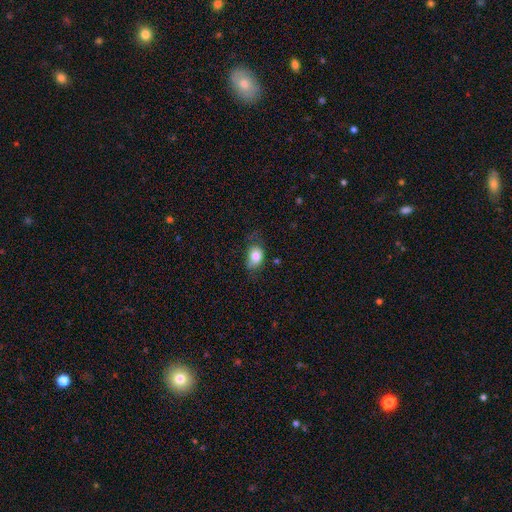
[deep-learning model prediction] The model was most divided on "merging": none: 53%, minor disturbance: 32%, major disturbance: 13%, merger: 2%. More confident: smooth or featured — smooth (81%); how rounded — in between (72%).